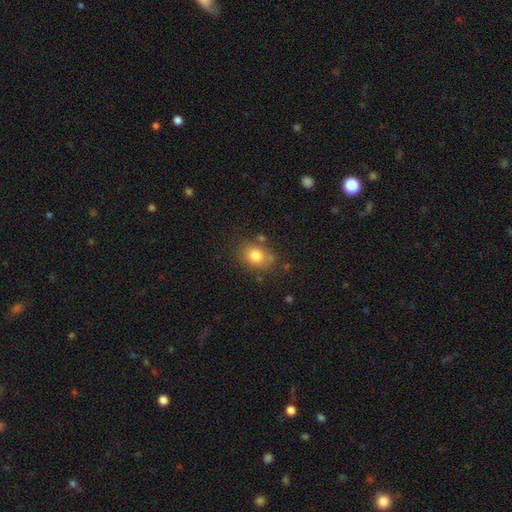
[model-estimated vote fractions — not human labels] The model was most divided on "how rounded": in between: 52%, round: 47%, cigar-shaped: 1%. More confident: smooth or featured — smooth (79%); merging — none (71%).